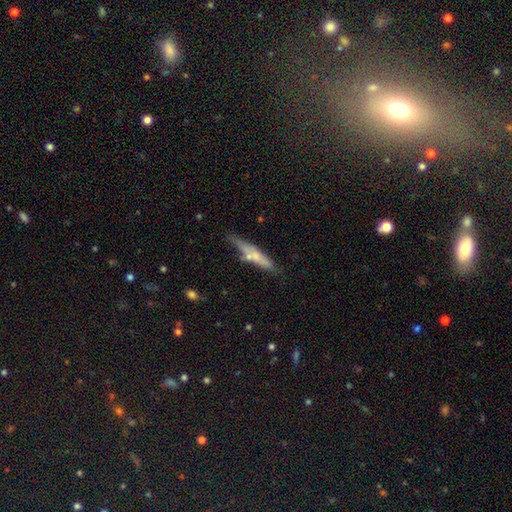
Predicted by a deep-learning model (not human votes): Smooth or featured? smooth (51%)
How rounded? cigar-shaped (84%)
Merging? none (58%)